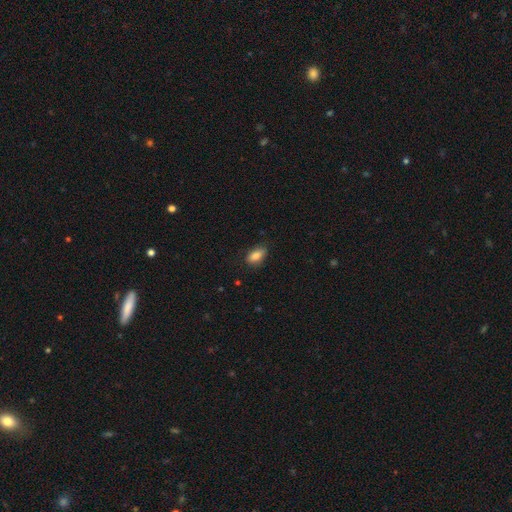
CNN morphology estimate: Smooth or featured: smooth — 85% (star or artifact — 8%)
How rounded: in between — 89% (cigar-shaped — 7%)
Merging: none — 78% (minor disturbance — 18%)